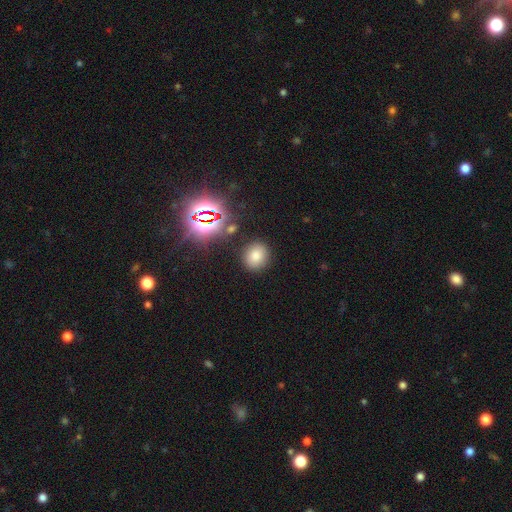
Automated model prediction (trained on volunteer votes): Smooth or featured? Predicted: smooth (p=0.74). How rounded? Predicted: round (p=0.75). Merging? Predicted: none (p=0.86).